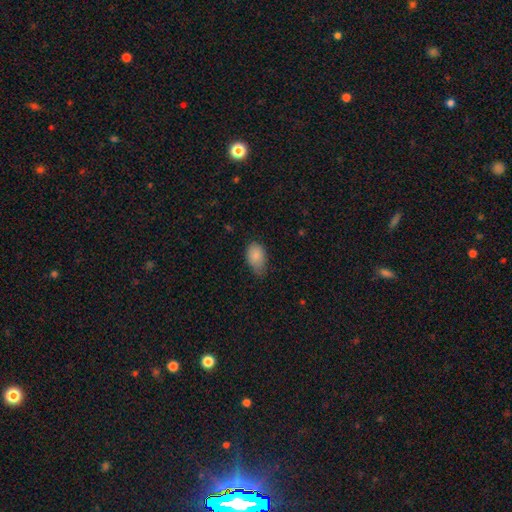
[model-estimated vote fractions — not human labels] A smooth galaxy with no disk features (86%) that is in between round and cigar-shaped (90%). Merging: none (51%).